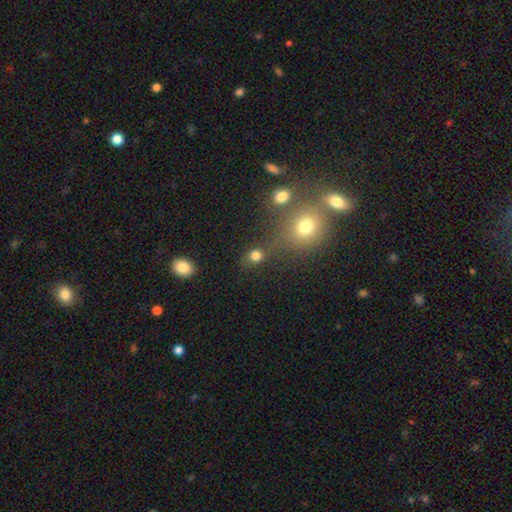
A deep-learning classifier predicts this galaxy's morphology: The model was most divided on "merging": none: 70%, merger: 14%, minor disturbance: 11%, major disturbance: 6%. More confident: how rounded — round (79%); smooth or featured — smooth (79%).